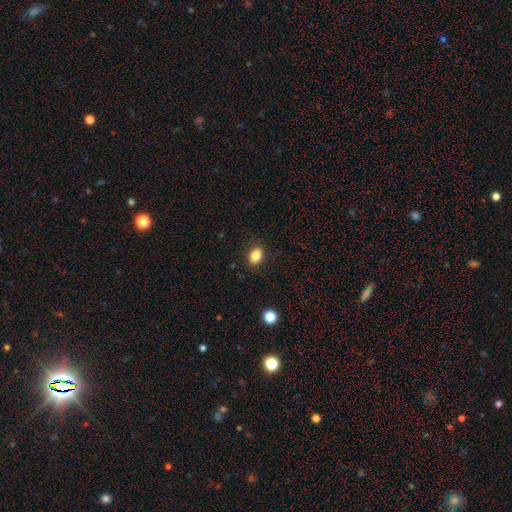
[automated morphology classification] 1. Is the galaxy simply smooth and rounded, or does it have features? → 85% smooth, 10% star or artifact, 6% featured or disk.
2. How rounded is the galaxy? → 75% in between, 23% round, 1% cigar-shaped.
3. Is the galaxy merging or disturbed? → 85% none, 11% minor disturbance, 3% major disturbance, 1% merger.